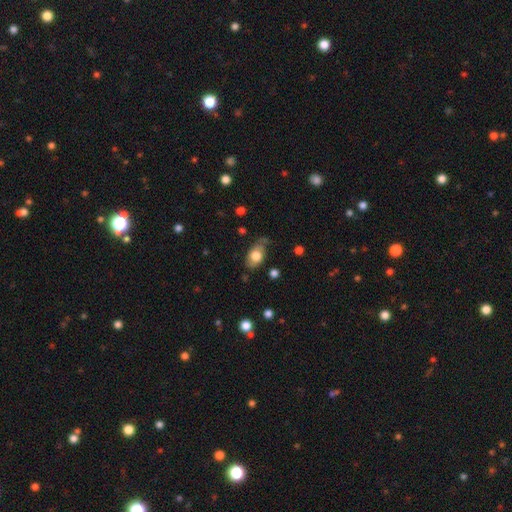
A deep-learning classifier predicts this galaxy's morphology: A smooth galaxy with no disk features (71%) that is in between round and cigar-shaped (85%). Merging: none (59%).